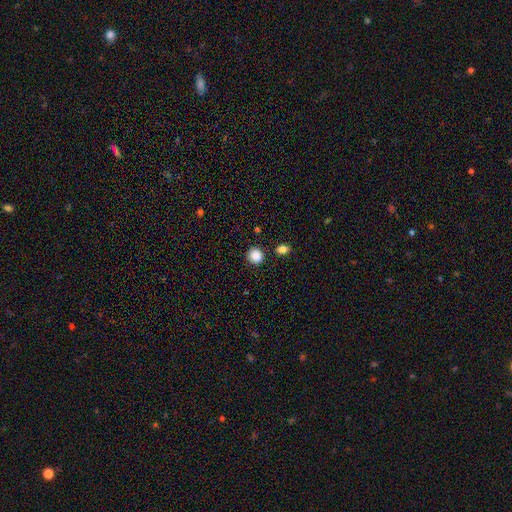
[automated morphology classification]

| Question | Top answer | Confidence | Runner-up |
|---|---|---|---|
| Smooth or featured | smooth | 88% | star or artifact (9%) |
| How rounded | round | 91% | in between (8%) |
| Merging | none | 88% | minor disturbance (6%) |